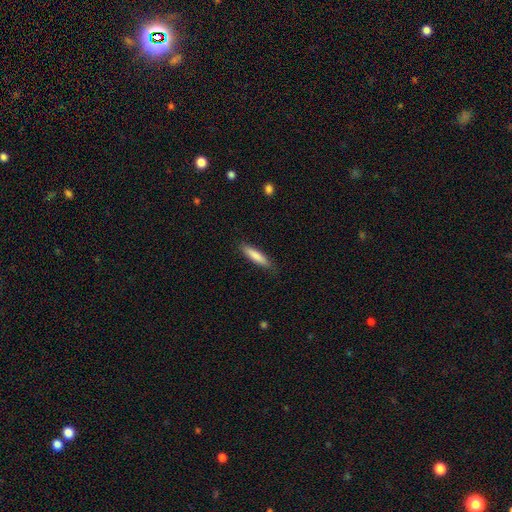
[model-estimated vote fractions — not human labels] Smooth or featured? smooth (83%)
How rounded? cigar-shaped (80%)
Merging? none (86%)